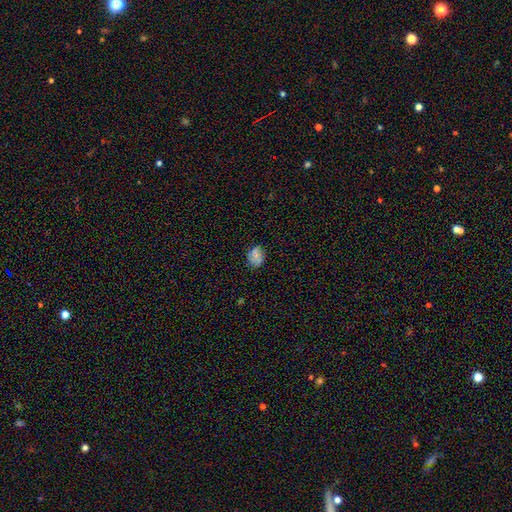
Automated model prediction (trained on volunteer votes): Smooth or featured?
  - smooth: 63% *
  - star or artifact: 20%
  - featured or disk: 17%
How rounded?
  - in between: 51% *
  - round: 47%
  - cigar-shaped: 2%
Merging?
  - none: 73% *
  - minor disturbance: 18%
  - major disturbance: 6%
  - merger: 3%